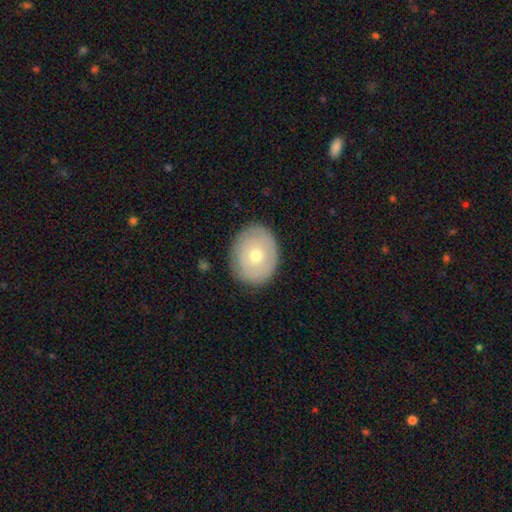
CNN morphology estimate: Smooth or featured?
  - smooth: 58% *
  - featured or disk: 35%
  - star or artifact: 7%
How rounded?
  - round: 55% *
  - in between: 44%
  - cigar-shaped: 1%
Merging?
  - none: 85% *
  - minor disturbance: 12%
  - major disturbance: 3%
  - merger: 1%